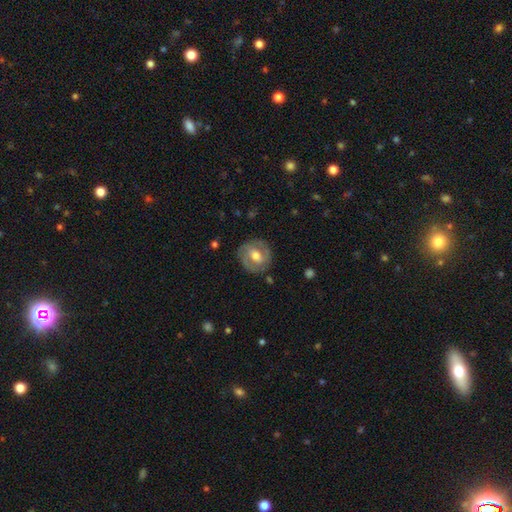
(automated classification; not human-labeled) Smooth or featured: featured or disk — 65% (smooth — 29%)
Edge-on disk: no — 96% (yes — 4%)
Bar: weak — 47% (no — 33%)
Spiral arms: yes — 74% (no — 26%)
Bulge size: moderate — 71% (small — 14%)
Merging: none — 82% (minor disturbance — 13%)